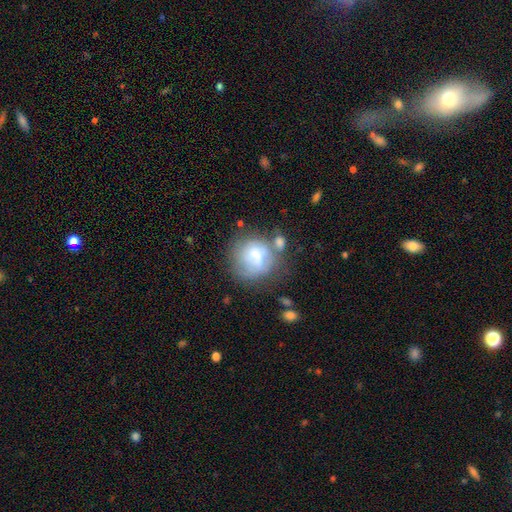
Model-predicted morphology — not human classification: This is possibly a smooth galaxy (59%). How rounded: clearly round (80%). Merging: marginally none (38%).